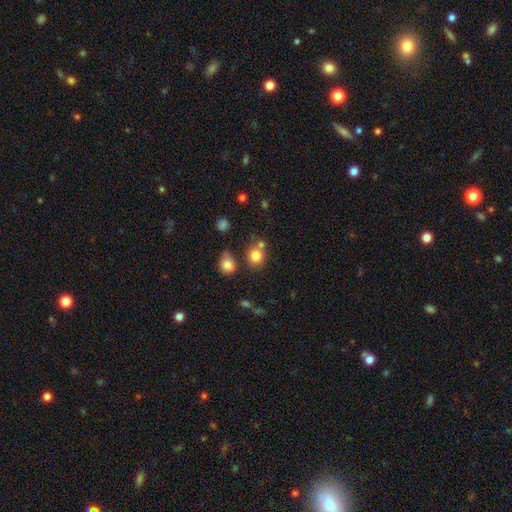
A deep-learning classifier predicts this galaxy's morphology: This appears to be a smooth galaxy with no disk features (79%) that is round (74%). Merging: none (59%).